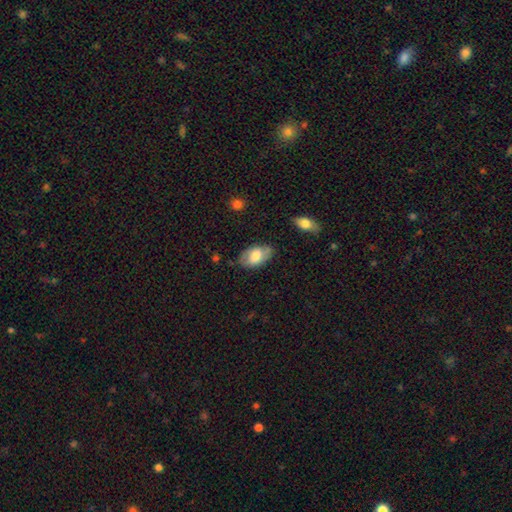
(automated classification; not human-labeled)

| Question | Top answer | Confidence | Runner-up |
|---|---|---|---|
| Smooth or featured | smooth | 65% | featured or disk (28%) |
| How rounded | in between | 93% | round (5%) |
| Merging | none | 69% | minor disturbance (23%) |